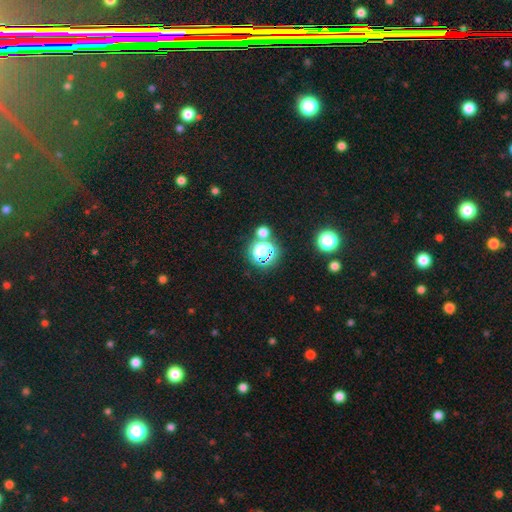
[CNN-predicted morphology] The model was most divided on "smooth or featured": star or artifact: 74%, smooth: 19%, featured or disk: 7%.